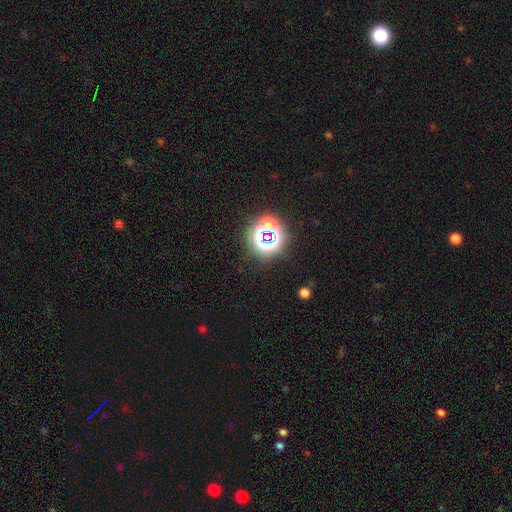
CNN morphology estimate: The model was most divided on "smooth or featured": star or artifact: 70%, smooth: 19%, featured or disk: 10%.